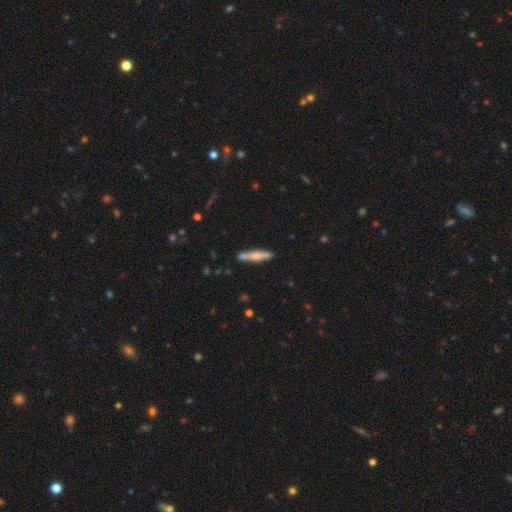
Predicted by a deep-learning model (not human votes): A smooth galaxy with no disk features (51%) that is cigar-shaped (88%). Merging: none (84%).